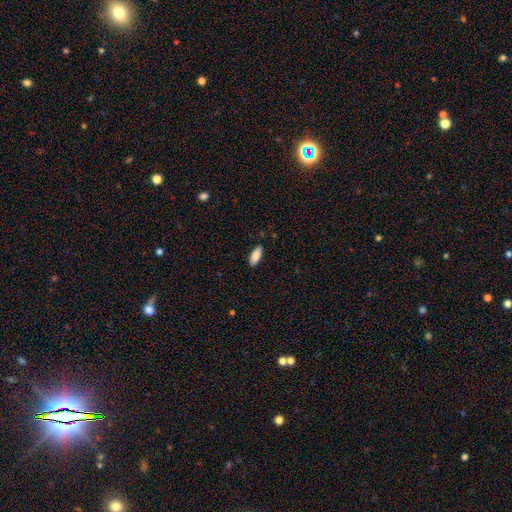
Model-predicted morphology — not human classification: This appears to be a smooth galaxy with no disk features (87%) that is in between round and cigar-shaped (80%). Merging: none (89%).